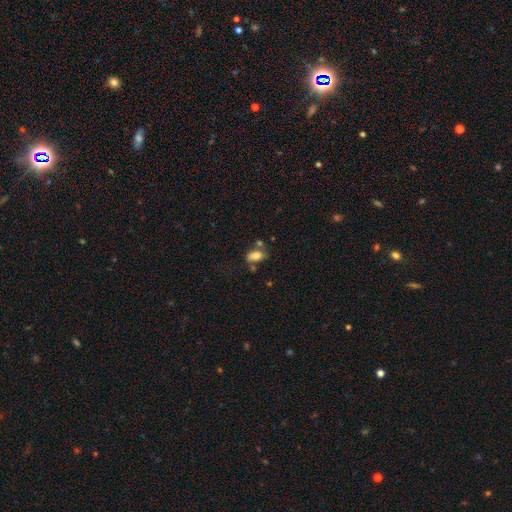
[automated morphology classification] This is likely a smooth galaxy (77%). How rounded: clearly in between (88%). Merging: possibly none (48%).